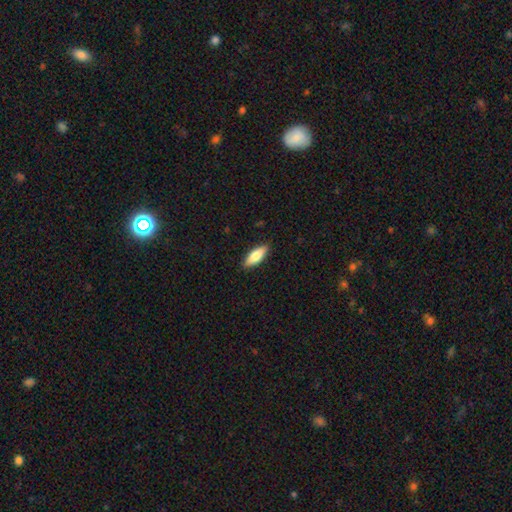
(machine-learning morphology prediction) Smooth or featured: smooth — 77% (featured or disk — 17%)
How rounded: in between — 67% (cigar-shaped — 31%)
Merging: none — 89% (minor disturbance — 9%)